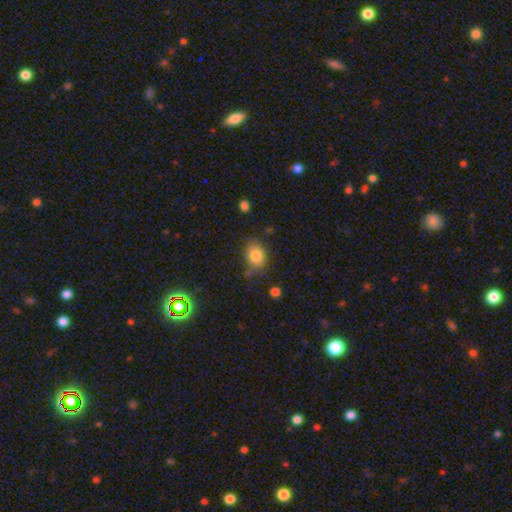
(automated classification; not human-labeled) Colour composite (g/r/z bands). It shows a smooth galaxy with no disk features (81%) that is in between round and cigar-shaped (67%). Merging: none (70%).